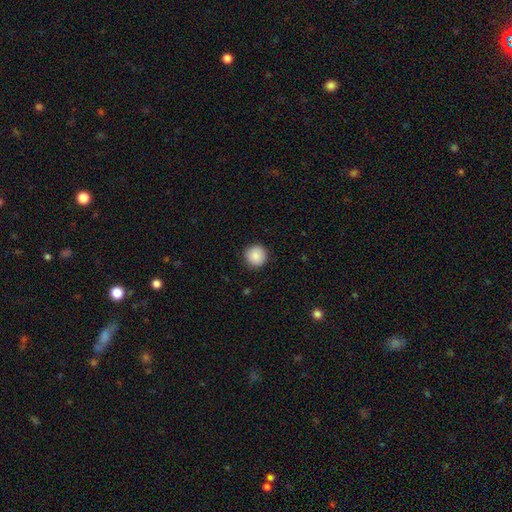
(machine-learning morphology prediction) smooth 88%, star or artifact 8%, featured or disk 4%. Down the decision tree: how rounded — round (96%); merging — none (92%).